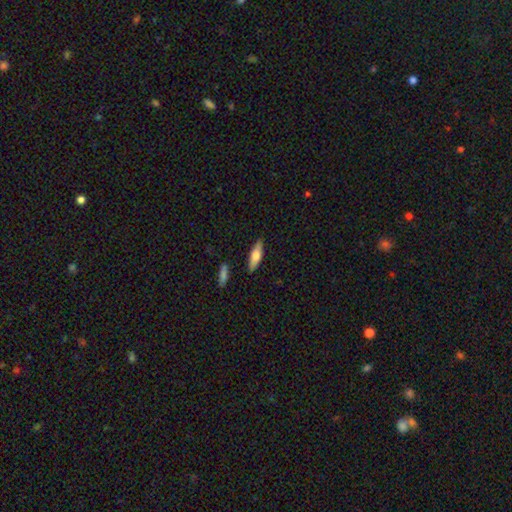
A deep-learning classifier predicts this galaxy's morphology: type=smooth (69%); roundness=cigar-shaped (50%); merging=none (86%).